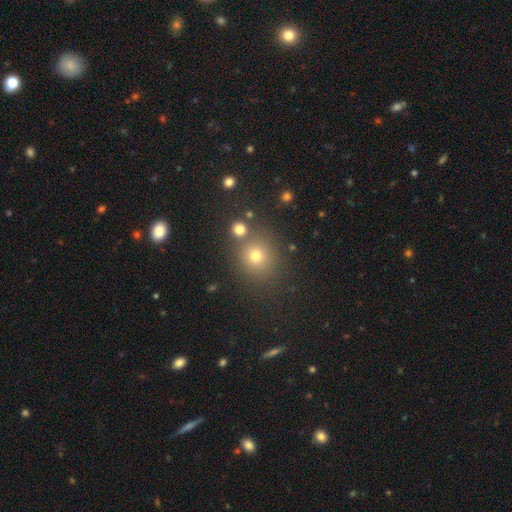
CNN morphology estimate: type=smooth (73%); roundness=round (85%); merging=none (74%).